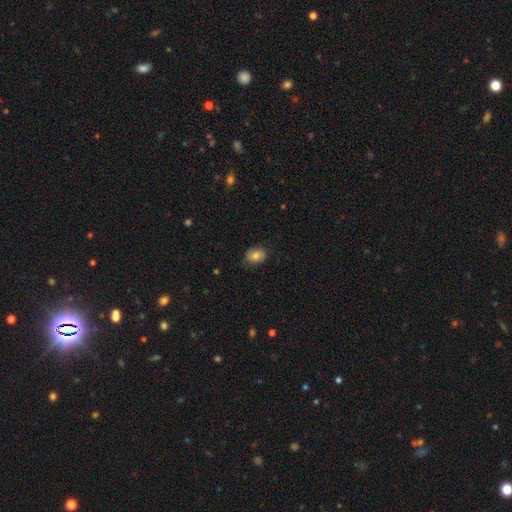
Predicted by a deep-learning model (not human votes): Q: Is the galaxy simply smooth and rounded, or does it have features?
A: smooth — 77%.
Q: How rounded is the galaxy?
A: in between — 67%.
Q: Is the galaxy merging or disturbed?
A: none — 76%.